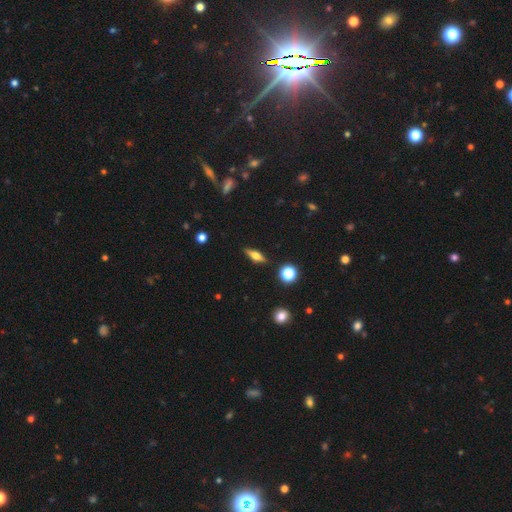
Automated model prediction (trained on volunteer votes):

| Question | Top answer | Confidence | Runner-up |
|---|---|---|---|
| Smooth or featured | featured or disk | 47% | smooth (44%) |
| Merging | none | 87% | minor disturbance (9%) |